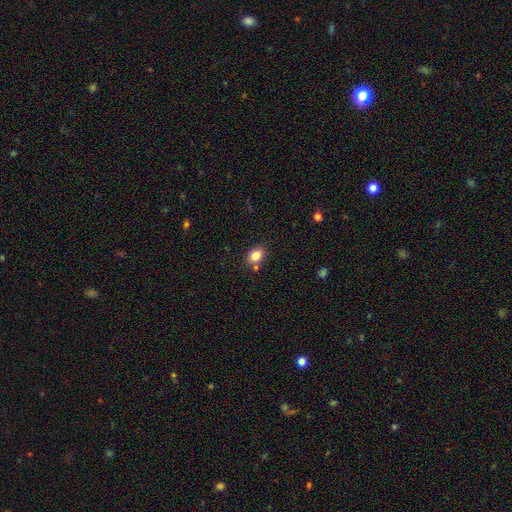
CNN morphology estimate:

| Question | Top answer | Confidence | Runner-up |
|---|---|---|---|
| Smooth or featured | smooth | 83% | star or artifact (10%) |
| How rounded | in between | 66% | round (33%) |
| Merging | none | 79% | minor disturbance (12%) |